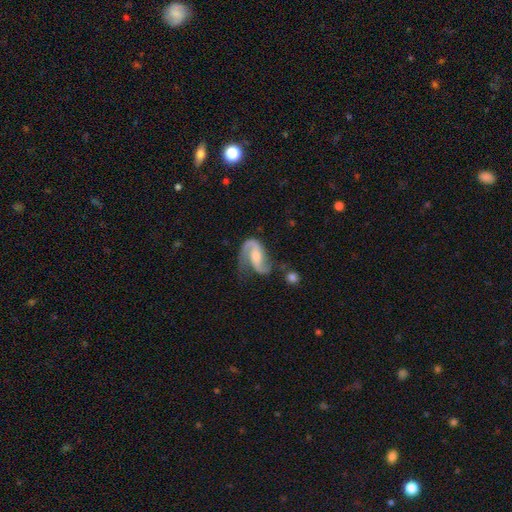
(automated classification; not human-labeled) Smooth or featured? Predicted: featured or disk (p=0.86). Edge-on disk? Predicted: no (p=0.97). Bar? Predicted: no (p=0.39). Spiral arms? Predicted: yes (p=0.96). Spiral winding? Predicted: loose (p=0.44). Spiral arm count? Predicted: 2 (p=0.84). Bulge size? Predicted: moderate (p=0.50). Merging? Predicted: none (p=0.50).